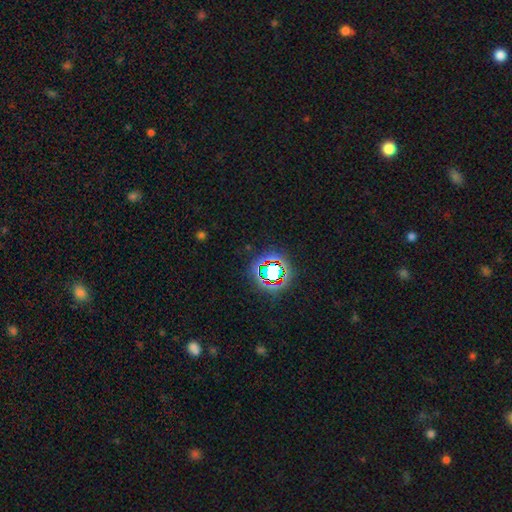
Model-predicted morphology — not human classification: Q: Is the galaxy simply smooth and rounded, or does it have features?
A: star or artifact — 76%.